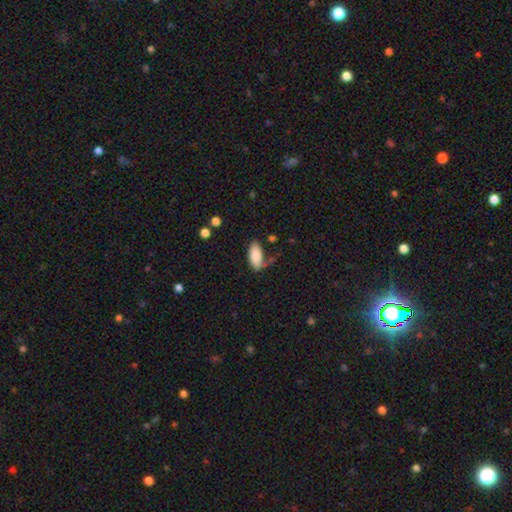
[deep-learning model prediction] A smooth galaxy with no disk features (86%) that is in between round and cigar-shaped (91%).

Vote fractions:
- Smooth or featured? smooth: 86% / featured or disk: 7% / star or artifact: 7%
- How rounded? in between: 91% / cigar-shaped: 7% / round: 2%
- Merging? none: 60% / minor disturbance: 23% / major disturbance: 9% / merger: 8%